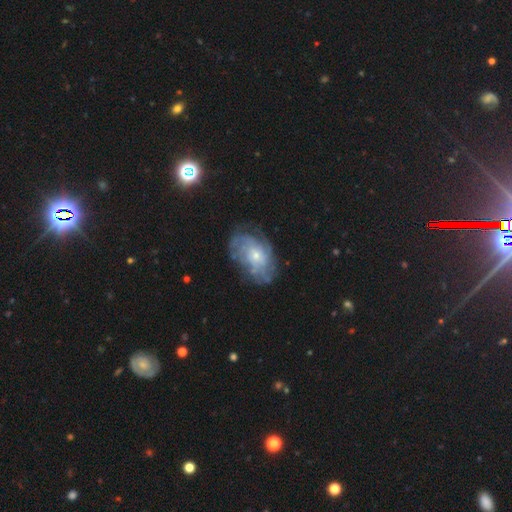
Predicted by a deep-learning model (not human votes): Q: Smooth or featured?
A: featured or disk (72%); runner-up: smooth (21%)
Q: Edge-on disk?
A: no (96%); runner-up: yes (4%)
Q: Bar?
A: no (79%); runner-up: weak (18%)
Q: Spiral arms?
A: yes (83%); runner-up: no (17%)
Q: Spiral winding?
A: tight (58%); runner-up: medium (30%)
Q: Spiral arm count?
A: can't tell (56%); runner-up: 4 (11%)
Q: Bulge size?
A: small (62%); runner-up: moderate (32%)
Q: Merging?
A: none (67%); runner-up: minor disturbance (21%)